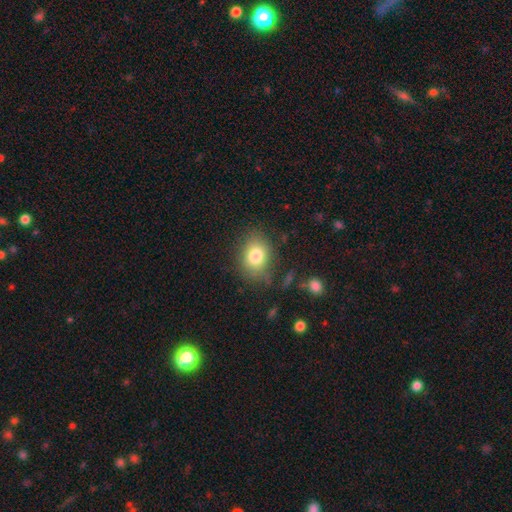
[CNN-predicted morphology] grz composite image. It shows a smooth galaxy with no disk features (80%) that is in between round and cigar-shaped (56%). Merging: none (76%).